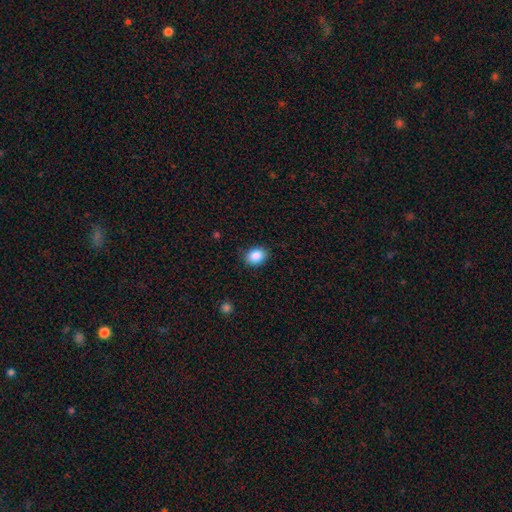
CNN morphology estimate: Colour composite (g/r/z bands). It shows a smooth galaxy with no disk features (87%) that is in between round and cigar-shaped (51%). Merging: none (85%).